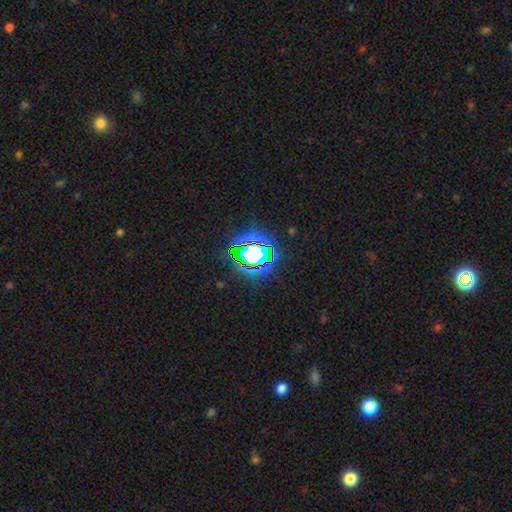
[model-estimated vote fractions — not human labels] This appears to be a star or artifact, not a galaxy (66%).